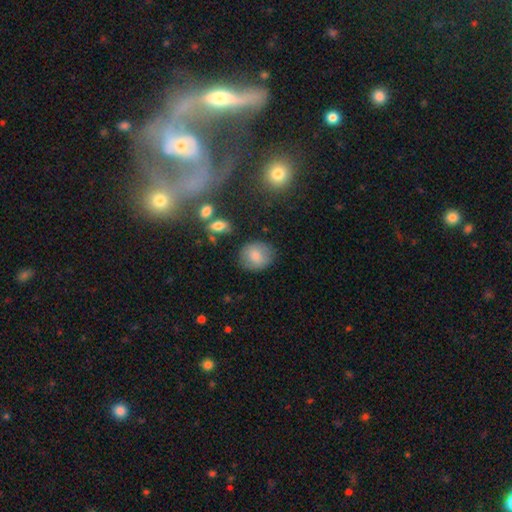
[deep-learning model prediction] Smooth or featured? smooth (75%)
How rounded? round (74%)
Merging? none (80%)